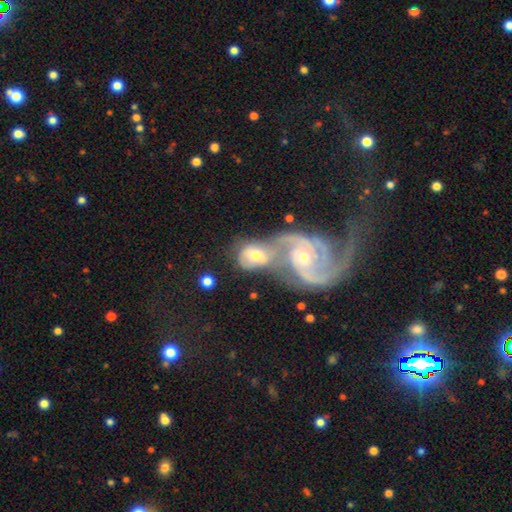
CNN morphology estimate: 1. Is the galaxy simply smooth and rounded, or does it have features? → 65% featured or disk, 28% smooth, 7% star or artifact.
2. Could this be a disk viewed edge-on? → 96% no, 4% yes.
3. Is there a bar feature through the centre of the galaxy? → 59% no, 31% weak, 10% strong.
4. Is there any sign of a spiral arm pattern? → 87% yes, 13% no.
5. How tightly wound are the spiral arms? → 45% tight, 42% medium, 13% loose.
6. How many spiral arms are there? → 57% 2, 20% can't tell, 13% 3, 5% 1, 3% 4, 3% more than 4.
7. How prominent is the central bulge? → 63% moderate, 27% small, 7% large, 2% none, 1% dominant.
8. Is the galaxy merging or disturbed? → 75% merger, 12% none, 7% major disturbance, 7% minor disturbance.